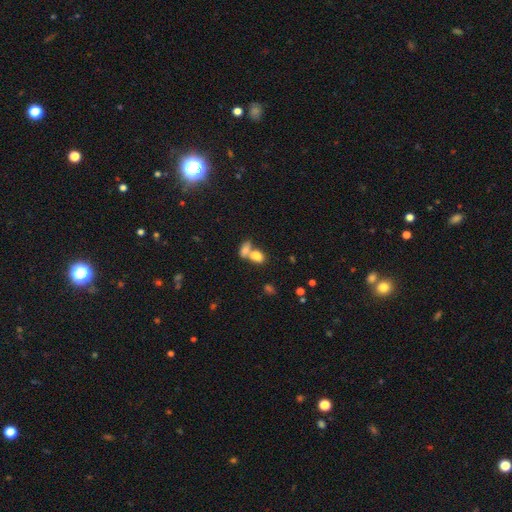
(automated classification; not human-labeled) smooth 80%, featured or disk 11%, star or artifact 10%. Down the decision tree: how rounded — in between (79%); merging — merger (63%).